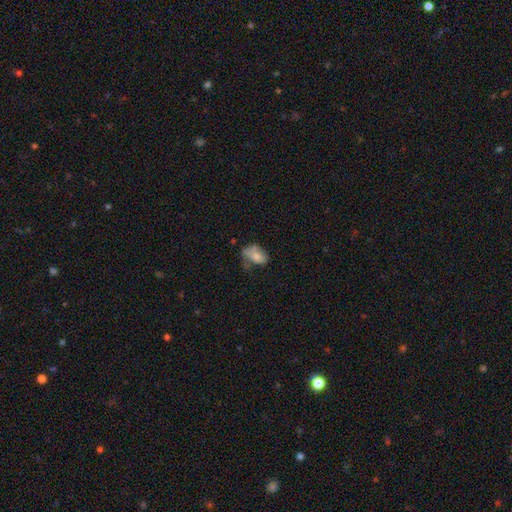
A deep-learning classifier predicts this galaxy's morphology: This appears to be a smooth galaxy with no disk features (67%) that is in between round and cigar-shaped (88%). Merging: none (33%, tied with minor disturbance).